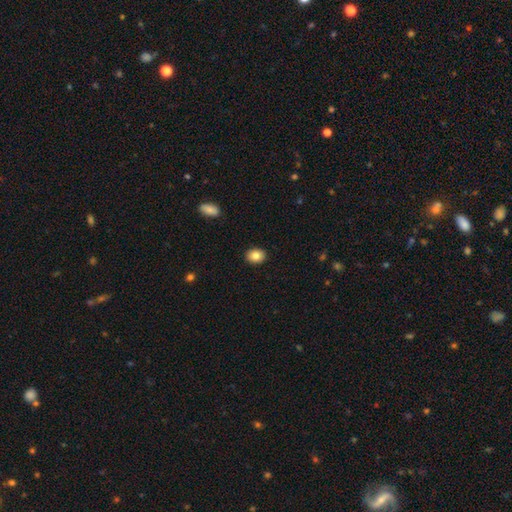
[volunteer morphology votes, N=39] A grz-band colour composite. It shows a smooth galaxy with no disk features (92%) that is in between round and cigar-shaped (67%). Merging: none (92%).